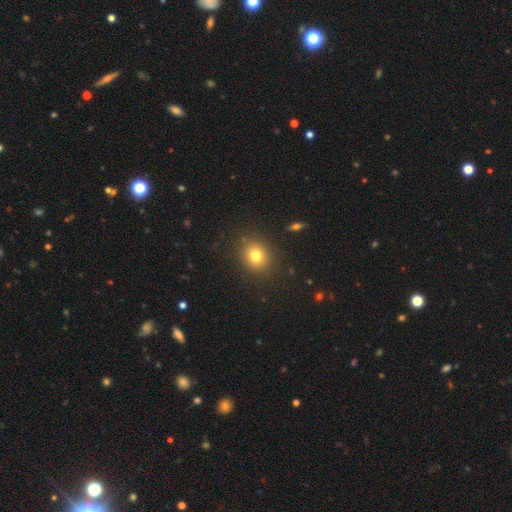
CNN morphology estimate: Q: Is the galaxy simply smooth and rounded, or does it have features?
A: smooth — 77%.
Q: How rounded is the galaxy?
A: round — 68%.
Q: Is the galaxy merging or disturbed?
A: none — 86%.